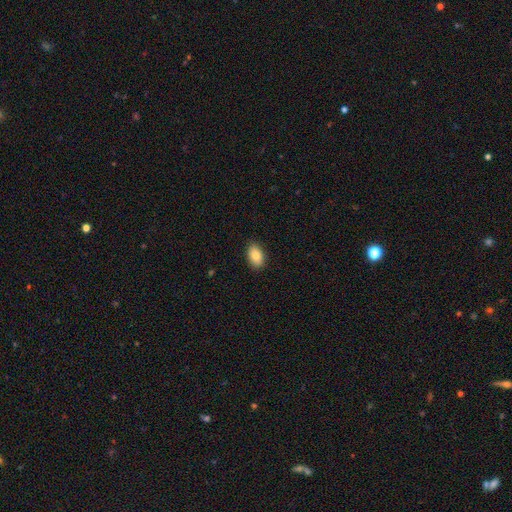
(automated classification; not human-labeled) This is clearly a smooth galaxy (86%). How rounded: clearly in between (91%). Merging: clearly none (88%).